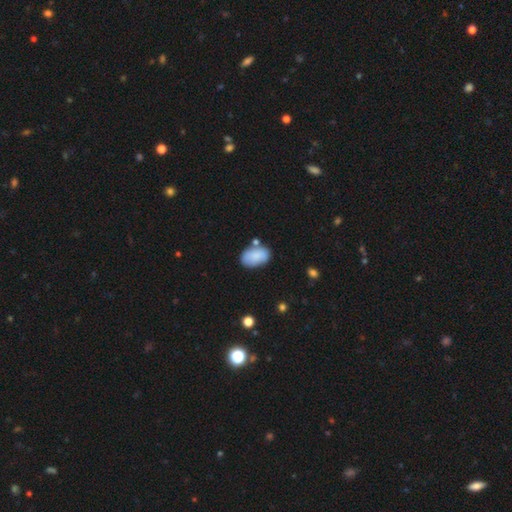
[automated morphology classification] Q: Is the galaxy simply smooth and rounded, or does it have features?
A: smooth — 84%.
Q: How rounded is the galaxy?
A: in between — 92%.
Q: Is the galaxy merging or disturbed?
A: none — 67%.